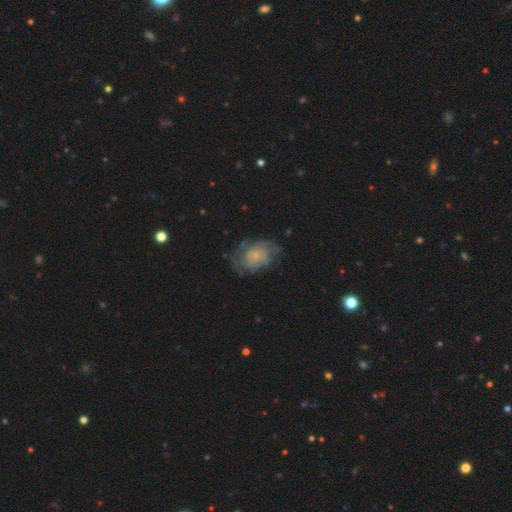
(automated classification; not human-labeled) smooth-or-featured: featured or disk: 54% | smooth: 36% | star or artifact: 9%
  disk-edge-on: no: 97% | yes: 3%
    bar: no: 83% | weak: 15% | strong: 2%
    has-spiral-arms: yes: 73% | no: 27%
    bulge-size: small: 59% | none: 19% | moderate: 16% | large: 4% | dominant: 2%
  merging: none: 56% | minor disturbance: 25% | major disturbance: 18% | merger: 2%